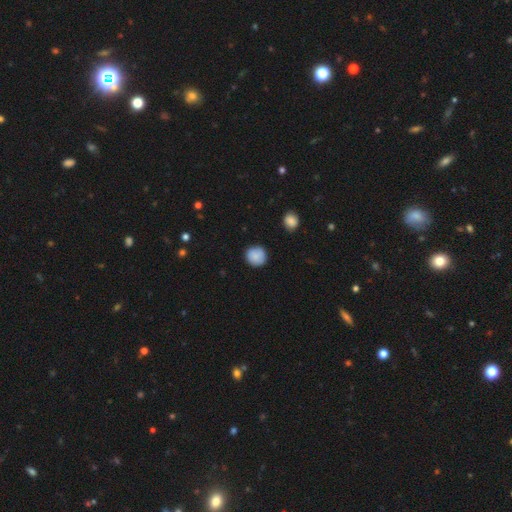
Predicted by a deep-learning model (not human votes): Q: Smooth or featured?
A: smooth (86%); runner-up: star or artifact (8%)
Q: How rounded?
A: round (93%); runner-up: in between (6%)
Q: Merging?
A: none (88%); runner-up: minor disturbance (9%)